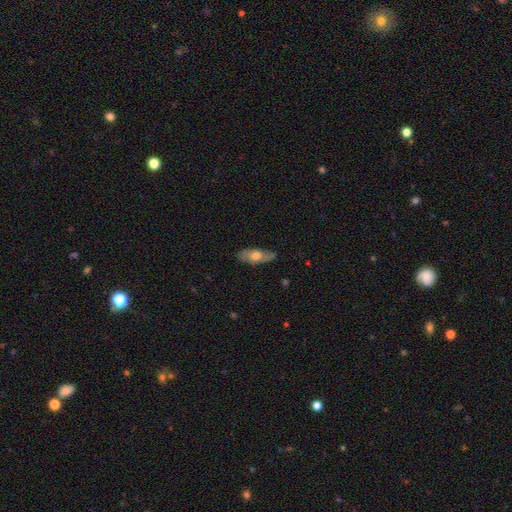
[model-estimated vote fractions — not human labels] Smooth or featured? Predicted: smooth (p=0.47, tied with featured or disk). Merging? Predicted: none (p=0.78).